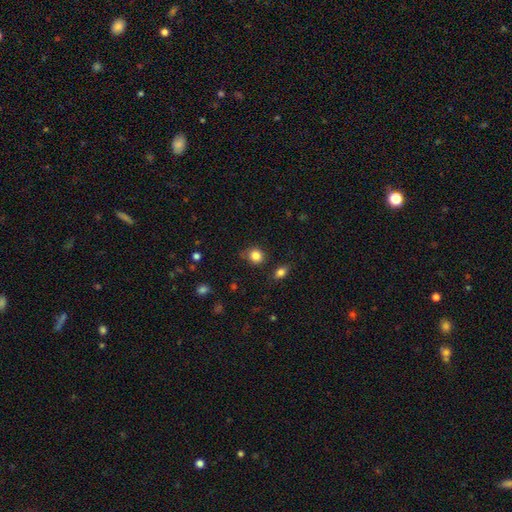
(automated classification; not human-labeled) This appears to be a smooth galaxy with no disk features (85%) that is round (81%). Merging: none (75%).